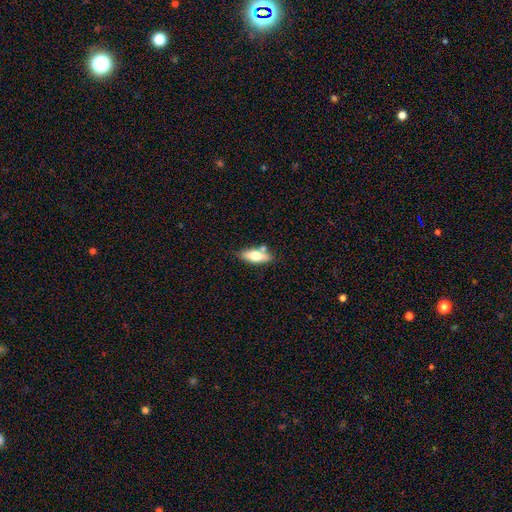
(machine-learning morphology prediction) A smooth galaxy with no disk features (67%) that is in between round and cigar-shaped (68%).

Vote fractions:
- Smooth or featured? smooth: 67% / featured or disk: 26% / star or artifact: 6%
- How rounded? in between: 68% / cigar-shaped: 29% / round: 3%
- Merging? none: 71% / minor disturbance: 14% / merger: 11% / major disturbance: 3%